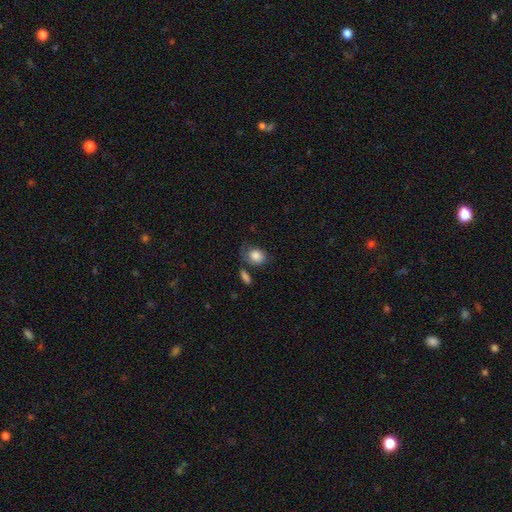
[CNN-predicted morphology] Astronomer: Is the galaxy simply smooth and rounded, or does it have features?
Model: smooth — 84%.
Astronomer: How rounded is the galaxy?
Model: in between — 53% (runner-up: round, 46%).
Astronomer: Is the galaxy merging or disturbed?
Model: none — 53%.